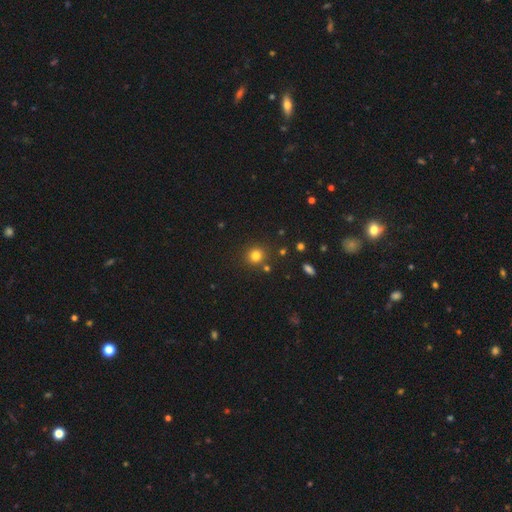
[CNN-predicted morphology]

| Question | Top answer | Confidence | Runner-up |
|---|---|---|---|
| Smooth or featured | smooth | 80% | star or artifact (15%) |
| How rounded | round | 88% | in between (11%) |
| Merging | none | 83% | minor disturbance (8%) |